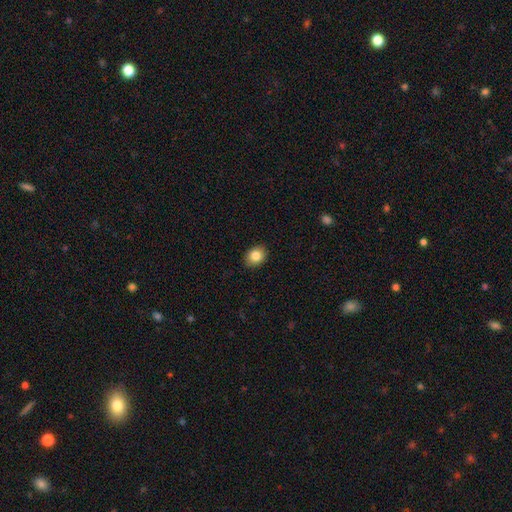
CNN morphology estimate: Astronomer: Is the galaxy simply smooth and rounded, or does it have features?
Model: smooth — 84%.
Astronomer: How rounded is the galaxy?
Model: in between — 55% (runner-up: round, 44%).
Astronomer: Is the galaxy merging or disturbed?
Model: none — 89%.